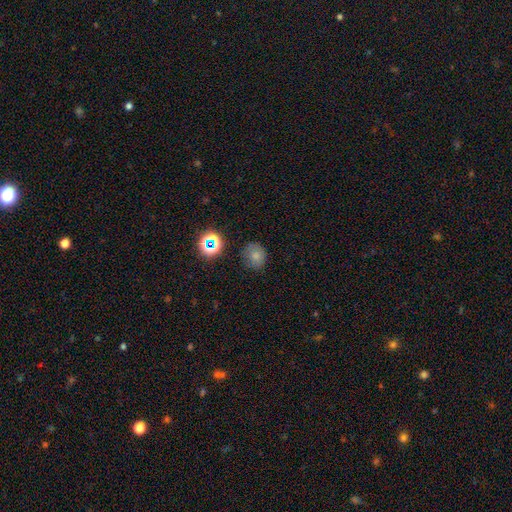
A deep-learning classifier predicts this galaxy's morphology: smooth-or-featured: smooth: 74% | star or artifact: 17% | featured or disk: 9%
  how-rounded: round: 75% | in between: 24% | cigar-shaped: 1%
  merging: none: 77% | minor disturbance: 16% | major disturbance: 5% | merger: 3%